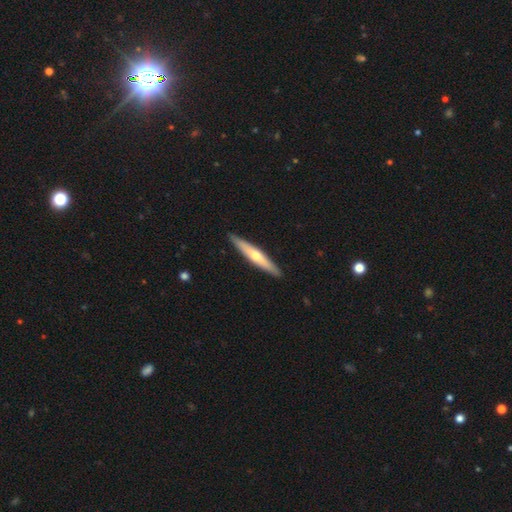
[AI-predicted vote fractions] Overall: featured or disk (52%; smooth 44%). Edge-on disk: yes (94%). Merging: none (91%).